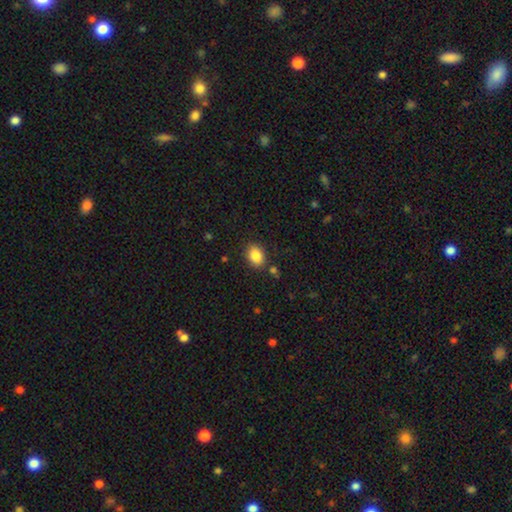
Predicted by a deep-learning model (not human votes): Q: Smooth or featured?
A: smooth (87%); runner-up: star or artifact (8%)
Q: How rounded?
A: in between (73%); runner-up: round (26%)
Q: Merging?
A: none (83%); runner-up: minor disturbance (11%)